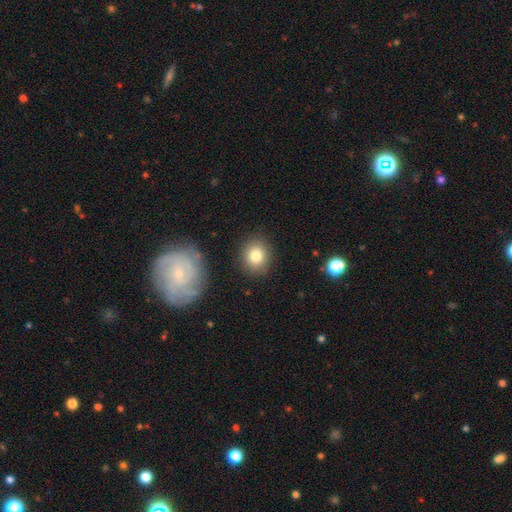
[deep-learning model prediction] A smooth galaxy with no disk features (82%) that is round (75%). Merging: none (87%).